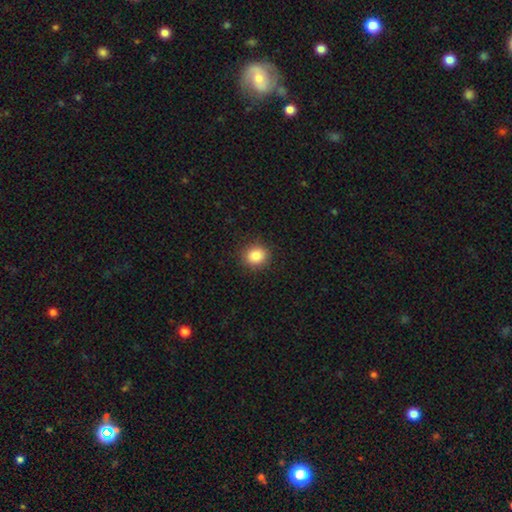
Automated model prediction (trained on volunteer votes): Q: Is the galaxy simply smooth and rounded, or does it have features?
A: smooth — 84%.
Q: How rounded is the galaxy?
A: round — 78%.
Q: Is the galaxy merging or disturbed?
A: none — 90%.